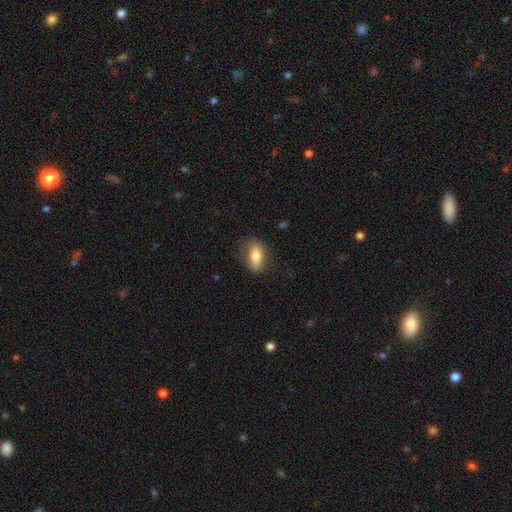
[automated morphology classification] A smooth galaxy with no disk features (66%) that is in between round and cigar-shaped (78%).

Vote fractions:
- Smooth or featured? smooth: 66% / featured or disk: 27% / star or artifact: 7%
- How rounded? in between: 78% / cigar-shaped: 14% / round: 8%
- Merging? none: 77% / minor disturbance: 16% / major disturbance: 5% / merger: 1%